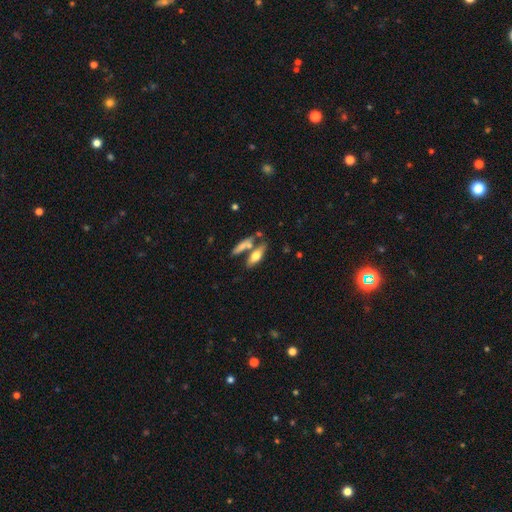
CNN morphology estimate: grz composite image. It shows a smooth galaxy with no disk features (60%) that is in between round and cigar-shaped (55%). Merging: none (55%).